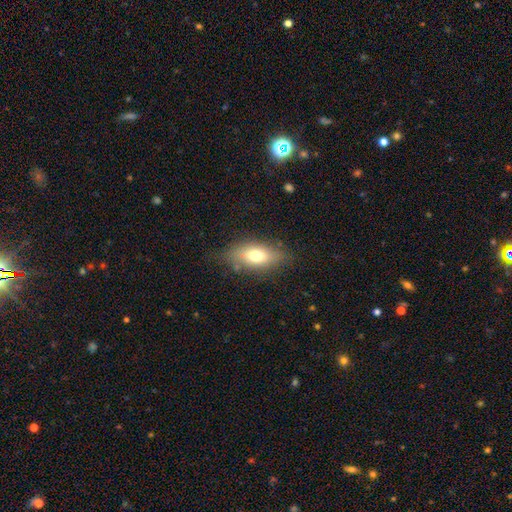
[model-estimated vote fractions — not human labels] The model was most divided on "smooth or featured": smooth: 69%, featured or disk: 22%, star or artifact: 9%. More confident: how rounded — in between (82%); merging — none (74%).